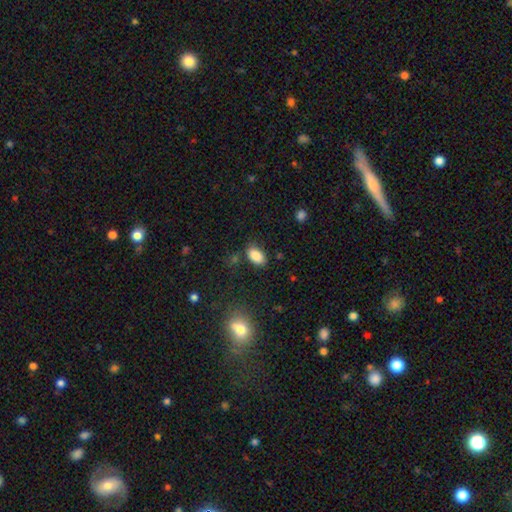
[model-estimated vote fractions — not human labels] Q: Smooth or featured?
A: smooth (86%); runner-up: star or artifact (8%)
Q: How rounded?
A: in between (92%); runner-up: round (6%)
Q: Merging?
A: none (80%); runner-up: minor disturbance (13%)